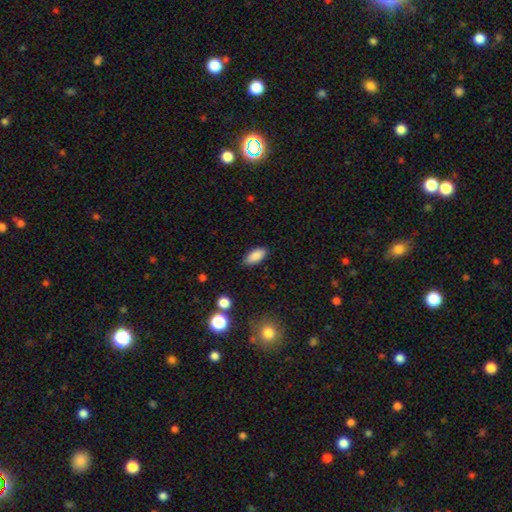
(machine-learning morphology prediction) Smooth or featured? smooth (88%)
How rounded? in between (87%)
Merging? none (85%)